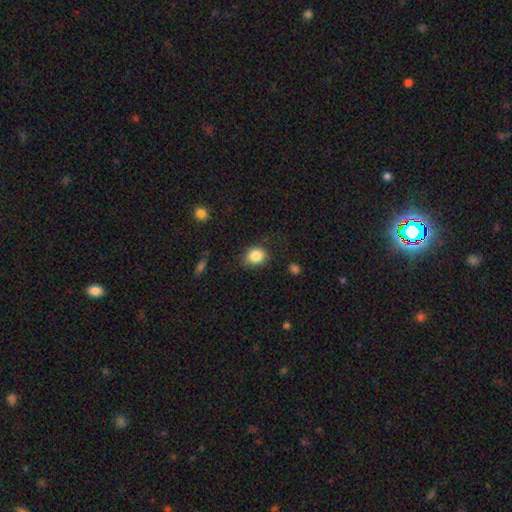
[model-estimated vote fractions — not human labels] smooth-or-featured: smooth: 85% | star or artifact: 9% | featured or disk: 6%
  how-rounded: round: 59% | in between: 40% | cigar-shaped: 1%
  merging: none: 76% | minor disturbance: 18% | major disturbance: 4% | merger: 2%